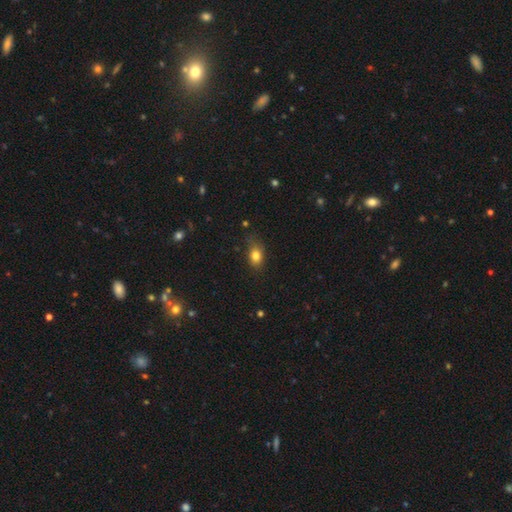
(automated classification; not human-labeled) The model was most divided on "merging": none: 66%, minor disturbance: 25%, major disturbance: 7%, merger: 2%. More confident: smooth or featured — smooth (81%); how rounded — in between (71%).